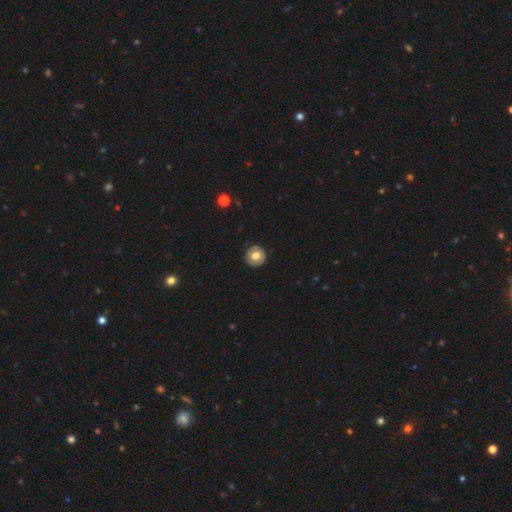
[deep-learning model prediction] This appears to be a smooth galaxy with no disk features (62%) that is round (88%). Merging: none (86%).